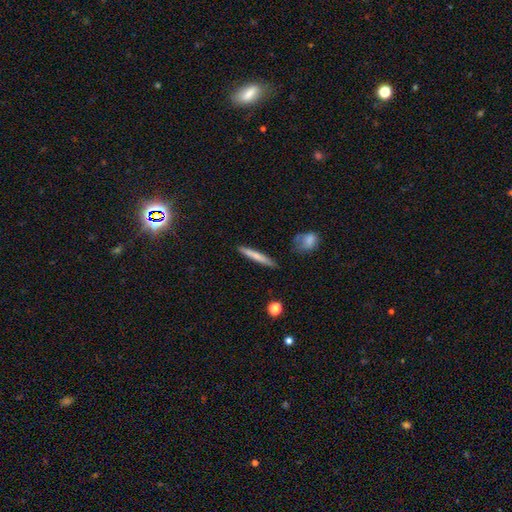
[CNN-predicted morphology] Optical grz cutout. It shows a smooth galaxy with no disk features (68%) that is cigar-shaped (94%). Merging: none (86%).